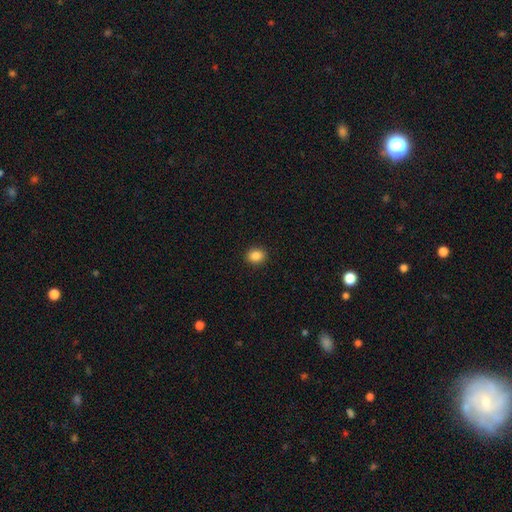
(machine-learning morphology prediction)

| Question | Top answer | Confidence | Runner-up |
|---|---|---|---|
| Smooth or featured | smooth | 87% | star or artifact (10%) |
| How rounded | round | 64% | in between (35%) |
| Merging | none | 91% | minor disturbance (6%) |